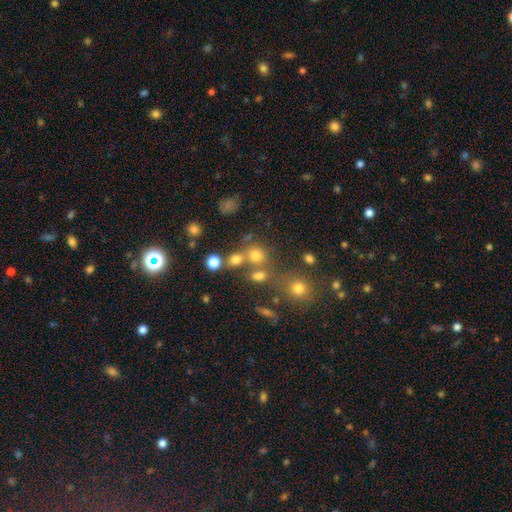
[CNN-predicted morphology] Overall: smooth (72%). How rounded: round (78%). Merging: none (53%; merger 30%).